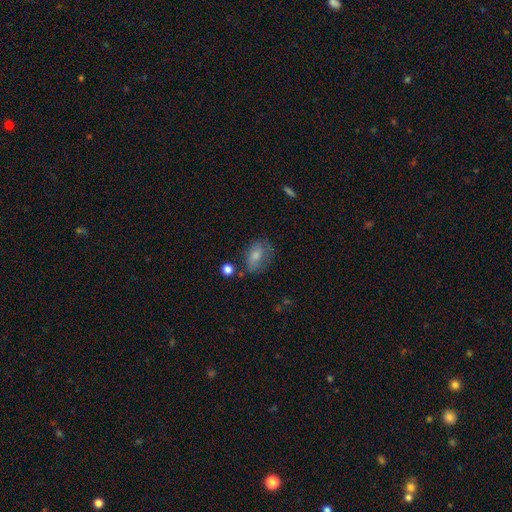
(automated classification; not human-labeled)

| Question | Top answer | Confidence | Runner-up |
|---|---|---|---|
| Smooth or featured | smooth | 72% | featured or disk (19%) |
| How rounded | in between | 82% | round (16%) |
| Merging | none | 52% | minor disturbance (28%) |